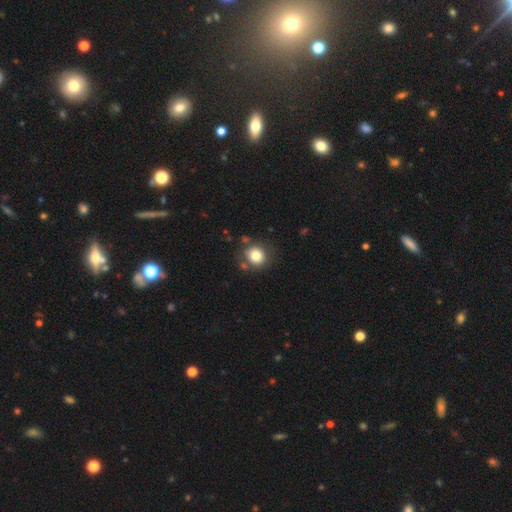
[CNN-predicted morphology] This appears to be a smooth galaxy with no disk features (79%) that is round (85%). Merging: none (76%).